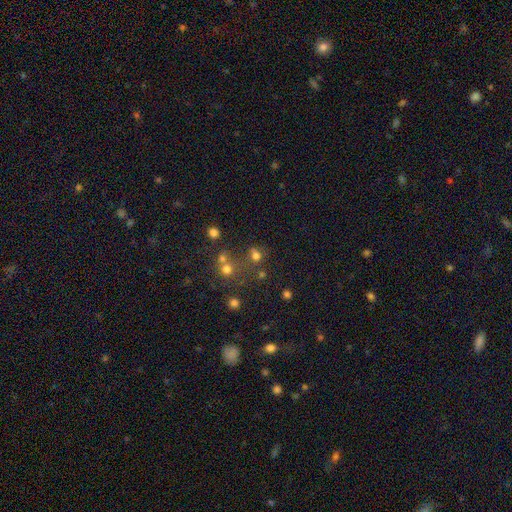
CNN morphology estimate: This is likely a smooth galaxy (66%). How rounded: likely round (68%). Merging: possibly none (55%).